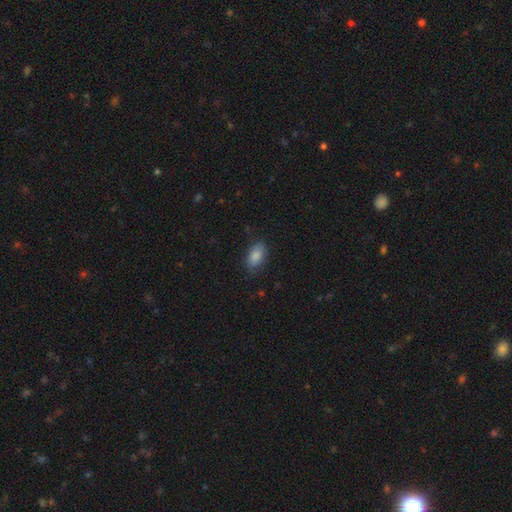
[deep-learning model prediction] Smooth or featured?
  - smooth: 85% *
  - featured or disk: 8%
  - star or artifact: 8%
How rounded?
  - in between: 91% *
  - round: 6%
  - cigar-shaped: 3%
Merging?
  - none: 79% *
  - minor disturbance: 16%
  - major disturbance: 4%
  - merger: 1%